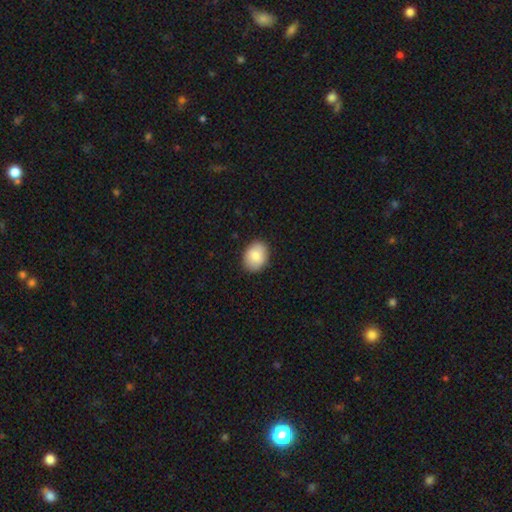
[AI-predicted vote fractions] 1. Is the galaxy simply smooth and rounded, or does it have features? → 85% smooth, 9% featured or disk, 7% star or artifact.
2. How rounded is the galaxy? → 62% in between, 37% round, 1% cigar-shaped.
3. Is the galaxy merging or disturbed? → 88% none, 9% minor disturbance, 2% major disturbance, 1% merger.